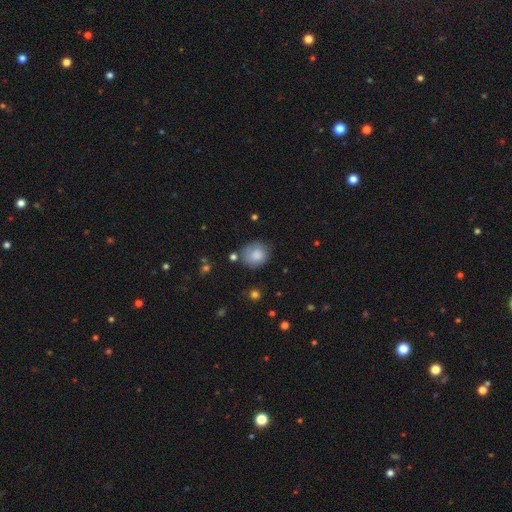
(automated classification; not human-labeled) The model was most divided on "merging": none: 69%, minor disturbance: 21%, major disturbance: 6%, merger: 4%. More confident: smooth or featured — smooth (82%); how rounded — round (76%).